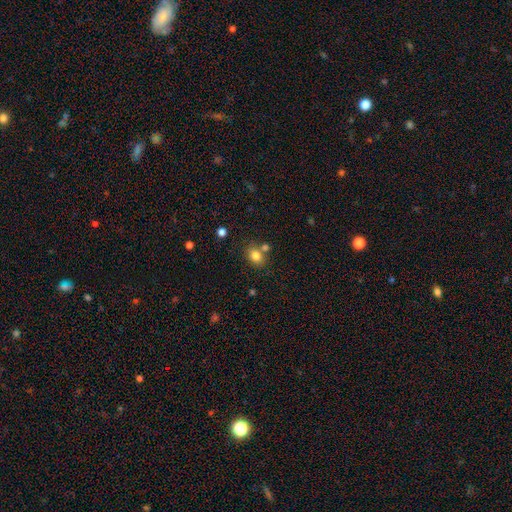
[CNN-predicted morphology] Smooth or featured?
  - smooth: 81% *
  - star or artifact: 12%
  - featured or disk: 8%
How rounded?
  - in between: 51% *
  - round: 48%
  - cigar-shaped: 1%
Merging?
  - none: 65% *
  - merger: 20%
  - minor disturbance: 12%
  - major disturbance: 4%